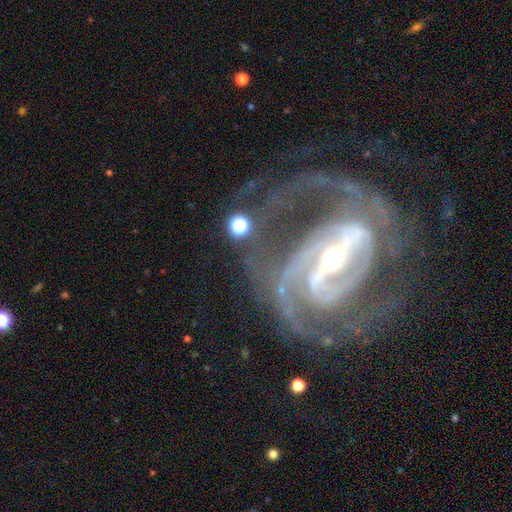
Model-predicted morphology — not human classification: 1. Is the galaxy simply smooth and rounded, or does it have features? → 91% featured or disk, 5% star or artifact, 3% smooth.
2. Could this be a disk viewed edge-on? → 96% no, 4% yes.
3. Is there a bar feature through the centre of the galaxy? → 72% strong, 20% weak, 7% no.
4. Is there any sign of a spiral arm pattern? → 97% yes, 3% no.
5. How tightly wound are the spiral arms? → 52% tight, 40% medium, 8% loose.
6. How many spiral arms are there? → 53% 2, 19% 3, 12% can't tell, 7% 4, 5% 1, 4% more than 4.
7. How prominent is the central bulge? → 55% small, 39% moderate, 4% large, 1% none, 1% dominant.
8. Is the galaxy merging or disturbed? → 55% none, 22% major disturbance, 17% minor disturbance, 6% merger.